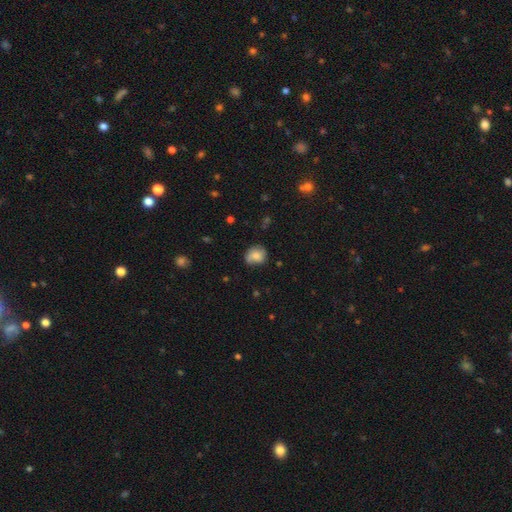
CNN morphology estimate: smooth-or-featured: smooth: 66% | featured or disk: 24% | star or artifact: 9%
  how-rounded: round: 68% | in between: 31% | cigar-shaped: 1%
  merging: none: 59% | minor disturbance: 29% | major disturbance: 9% | merger: 3%